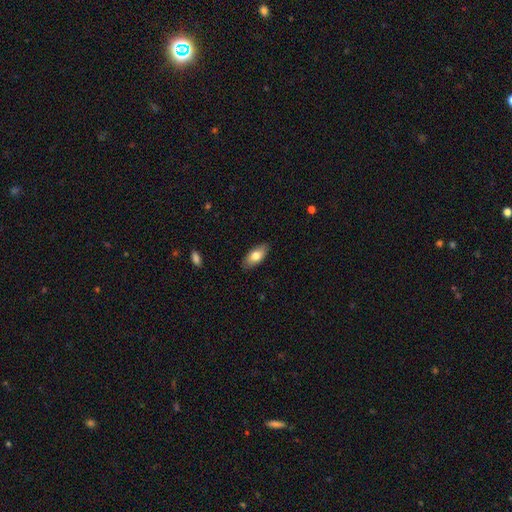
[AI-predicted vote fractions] A smooth galaxy with no disk features (77%) that is in between round and cigar-shaped (88%).

Vote fractions:
- Smooth or featured? smooth: 77% / featured or disk: 17% / star or artifact: 6%
- How rounded? in between: 88% / cigar-shaped: 9% / round: 3%
- Merging? none: 87% / minor disturbance: 10% / major disturbance: 2% / merger: 1%